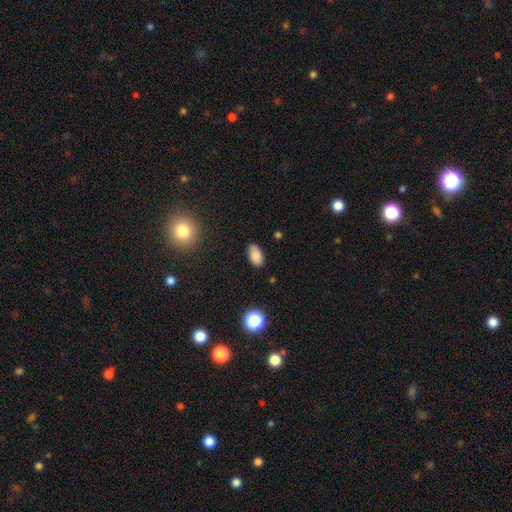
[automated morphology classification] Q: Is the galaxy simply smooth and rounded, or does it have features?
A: smooth — 84%.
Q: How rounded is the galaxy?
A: in between — 93%.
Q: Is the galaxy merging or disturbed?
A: none — 83%.